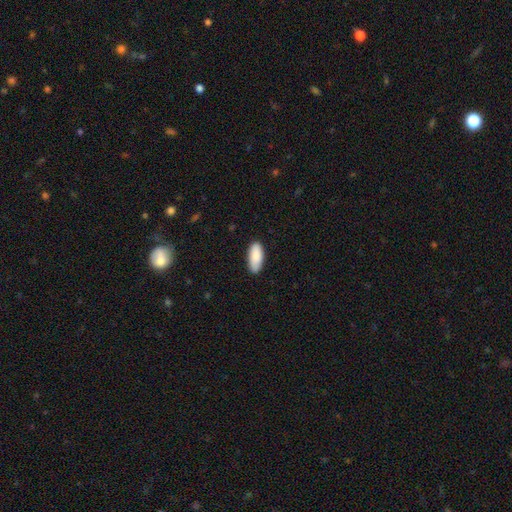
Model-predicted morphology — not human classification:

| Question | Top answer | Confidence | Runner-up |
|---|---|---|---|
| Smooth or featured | smooth | 89% | star or artifact (6%) |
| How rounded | in between | 86% | cigar-shaped (12%) |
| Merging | none | 87% | minor disturbance (11%) |